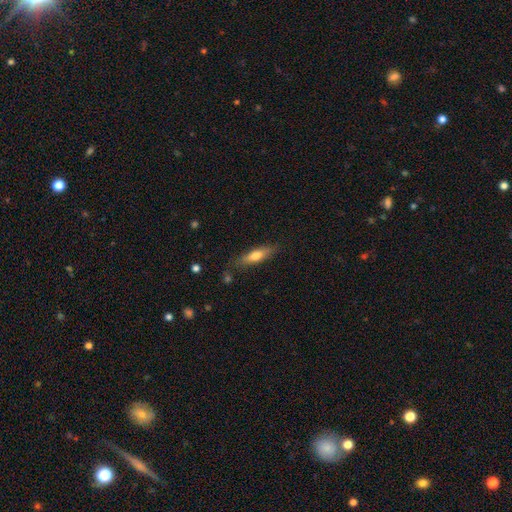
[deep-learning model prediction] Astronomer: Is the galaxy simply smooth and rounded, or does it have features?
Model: smooth — 65%.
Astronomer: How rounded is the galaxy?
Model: cigar-shaped — 64%.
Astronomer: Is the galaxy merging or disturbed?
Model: none — 80%.